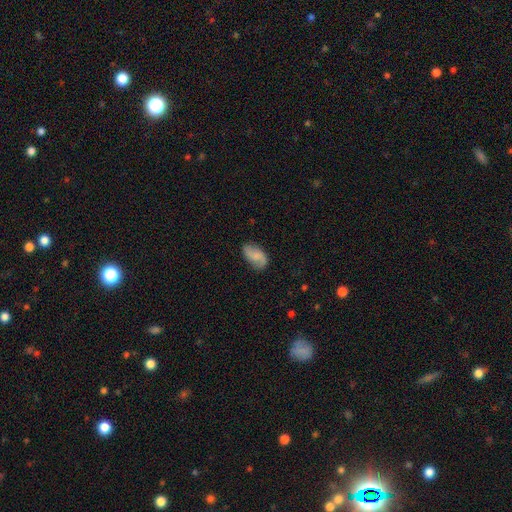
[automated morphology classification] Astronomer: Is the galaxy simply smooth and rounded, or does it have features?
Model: smooth — 49% (runner-up: featured or disk, 43%).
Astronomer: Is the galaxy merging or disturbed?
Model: none — 71%.